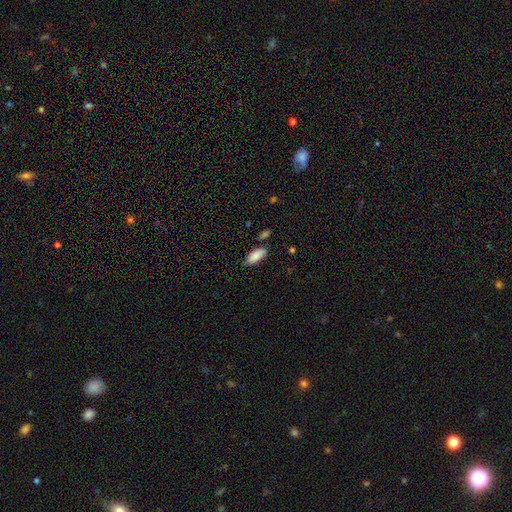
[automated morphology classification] Smooth or featured?
  - smooth: 87% *
  - star or artifact: 7%
  - featured or disk: 6%
How rounded?
  - in between: 82% *
  - cigar-shaped: 16%
  - round: 2%
Merging?
  - none: 74% *
  - minor disturbance: 18%
  - merger: 5%
  - major disturbance: 3%